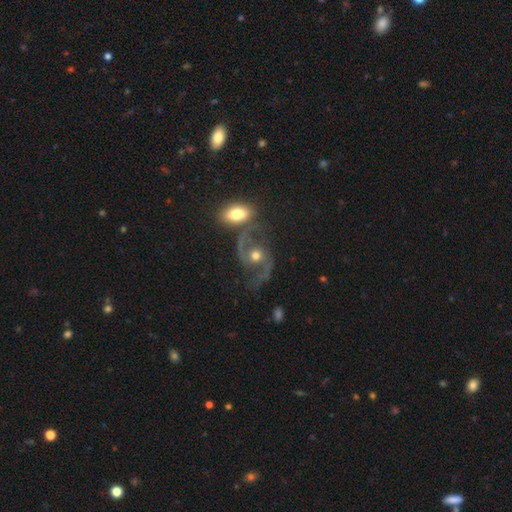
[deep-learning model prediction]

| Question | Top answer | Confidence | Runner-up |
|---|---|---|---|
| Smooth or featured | featured or disk | 84% | smooth (9%) |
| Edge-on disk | no | 97% | yes (3%) |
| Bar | no | 63% | weak (28%) |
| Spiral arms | yes | 94% | no (6%) |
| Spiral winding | loose | 49% | medium (42%) |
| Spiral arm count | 2 | 93% | can't tell (2%) |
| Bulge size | moderate | 69% | small (19%) |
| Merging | none | 52% | minor disturbance (18%) |